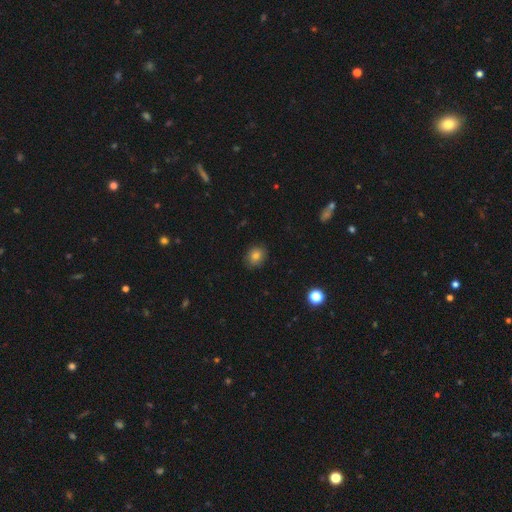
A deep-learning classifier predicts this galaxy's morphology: Smooth or featured? smooth (80%)
How rounded? round (63%)
Merging? none (87%)